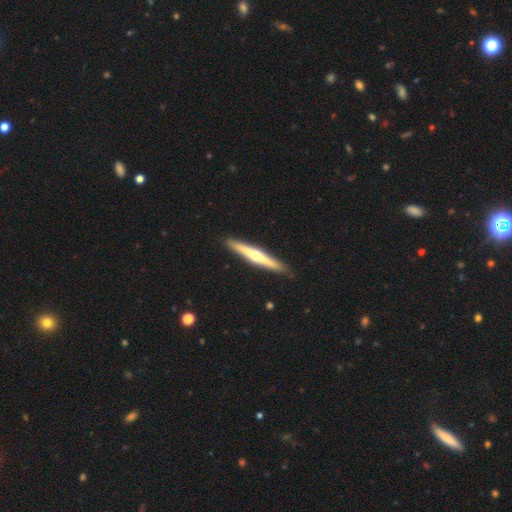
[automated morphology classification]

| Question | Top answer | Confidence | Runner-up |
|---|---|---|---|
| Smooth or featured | featured or disk | 63% | smooth (32%) |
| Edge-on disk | yes | 97% | no (3%) |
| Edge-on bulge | rounded | 88% | none (9%) |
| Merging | none | 92% | minor disturbance (6%) |